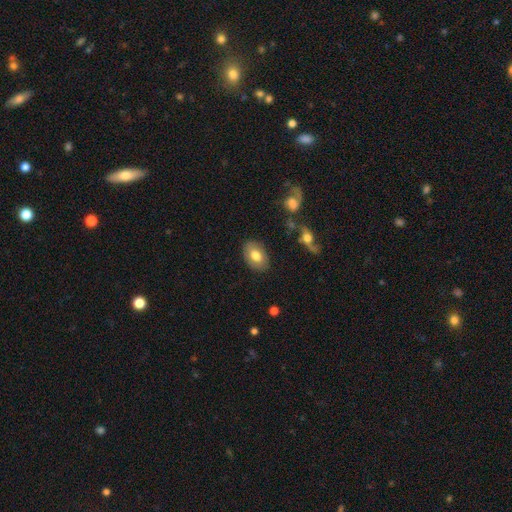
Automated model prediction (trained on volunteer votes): Smooth or featured? smooth (74%)
How rounded? in between (87%)
Merging? none (85%)